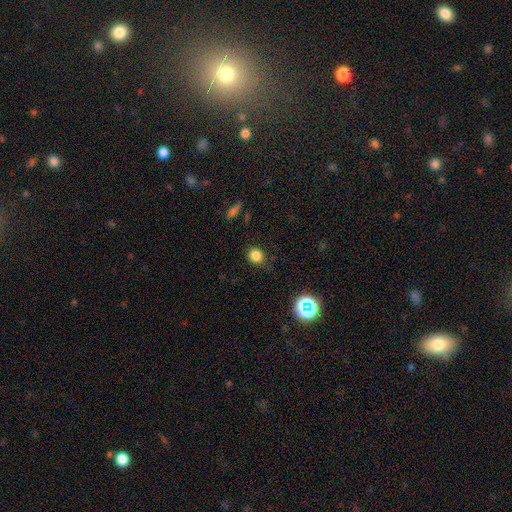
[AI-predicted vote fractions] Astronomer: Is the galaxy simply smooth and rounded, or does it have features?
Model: smooth — 82%.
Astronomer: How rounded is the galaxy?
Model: round — 76%.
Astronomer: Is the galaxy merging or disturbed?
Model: none — 82%.